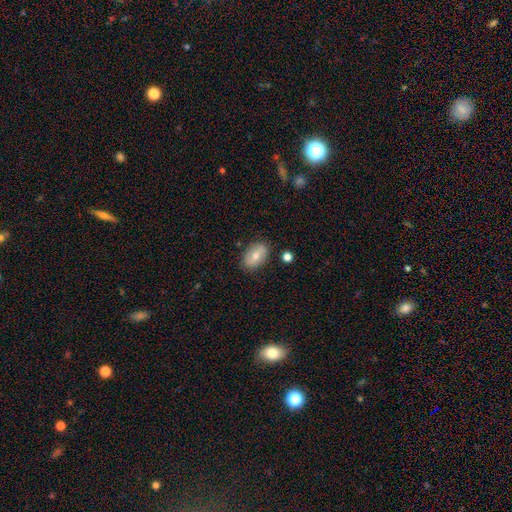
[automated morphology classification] smooth 68%, featured or disk 24%, star or artifact 7%. Down the decision tree: how rounded — in between (90%); merging — none (84%).